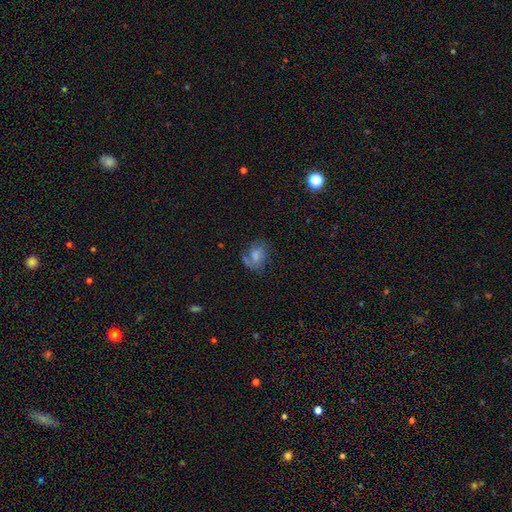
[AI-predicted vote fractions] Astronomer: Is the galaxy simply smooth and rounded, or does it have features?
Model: smooth — 49% (runner-up: featured or disk, 39%).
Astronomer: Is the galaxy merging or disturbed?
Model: none — 48% (runner-up: minor disturbance, 25%).